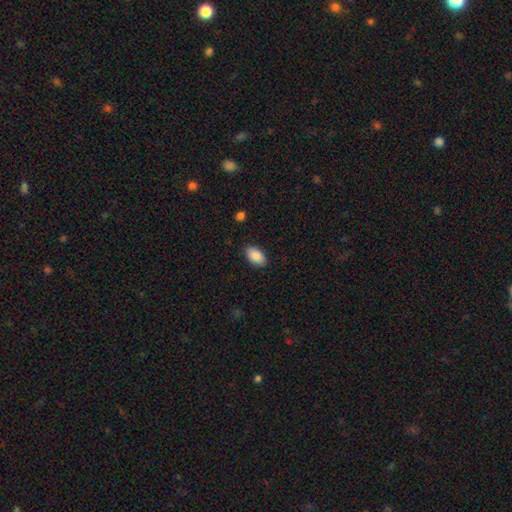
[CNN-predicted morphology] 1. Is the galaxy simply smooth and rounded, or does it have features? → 90% smooth, 7% star or artifact, 4% featured or disk.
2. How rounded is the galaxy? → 94% in between, 5% round, 2% cigar-shaped.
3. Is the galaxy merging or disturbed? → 87% none, 9% minor disturbance, 2% major disturbance, 1% merger.